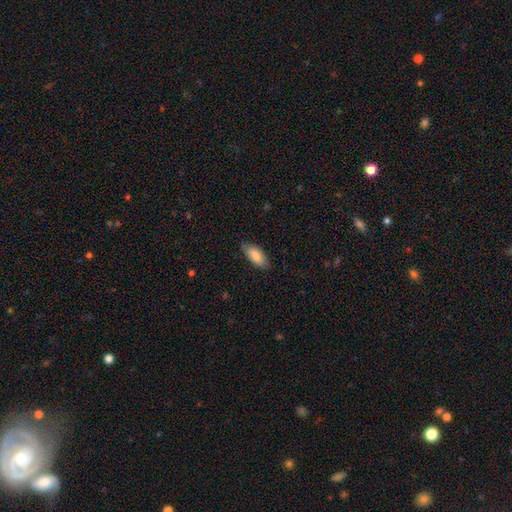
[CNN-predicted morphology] Smooth or featured?
  - smooth: 81% *
  - featured or disk: 13%
  - star or artifact: 6%
How rounded?
  - in between: 83% *
  - cigar-shaped: 15%
  - round: 2%
Merging?
  - none: 80% *
  - minor disturbance: 16%
  - major disturbance: 3%
  - merger: 1%